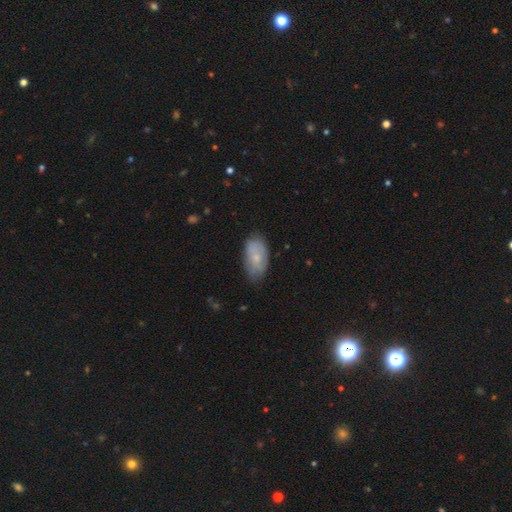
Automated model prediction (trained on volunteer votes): smooth_or_featured: smooth (p=0.66) [alt: featured or disk p=0.28]
how_rounded: in between (p=0.93) [alt: round p=0.04]
merging: none (p=0.67) [alt: minor disturbance p=0.26]